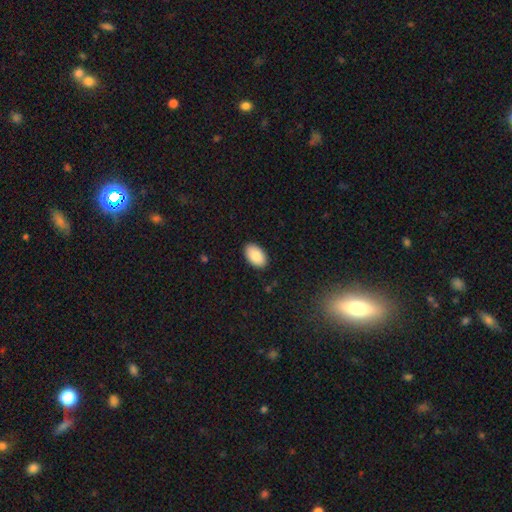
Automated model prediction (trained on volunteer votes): smooth-or-featured: smooth: 87% | featured or disk: 7% | star or artifact: 6%
  how-rounded: in between: 93% | round: 6% | cigar-shaped: 1%
  merging: none: 89% | minor disturbance: 8% | major disturbance: 2% | merger: 1%